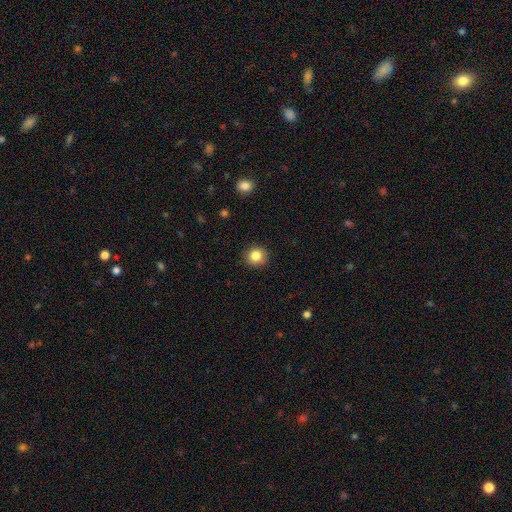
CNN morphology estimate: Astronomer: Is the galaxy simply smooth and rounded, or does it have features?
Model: smooth — 84%.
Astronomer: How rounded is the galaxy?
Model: round — 90%.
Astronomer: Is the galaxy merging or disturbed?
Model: none — 91%.